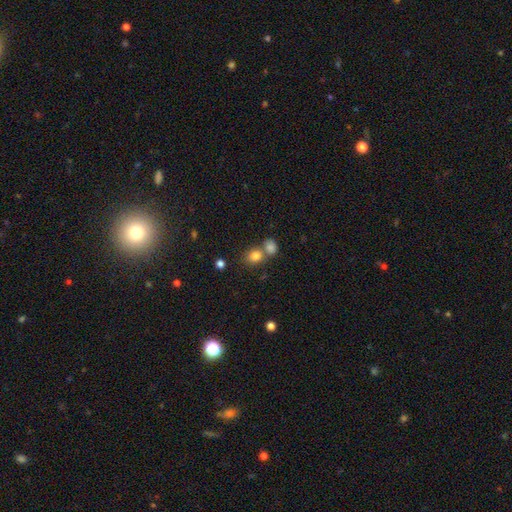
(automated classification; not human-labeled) Smooth or featured?
  - smooth: 81% *
  - star or artifact: 11%
  - featured or disk: 7%
How rounded?
  - round: 64% *
  - in between: 35%
  - cigar-shaped: 1%
Merging?
  - none: 51% *
  - merger: 37%
  - minor disturbance: 9%
  - major disturbance: 3%